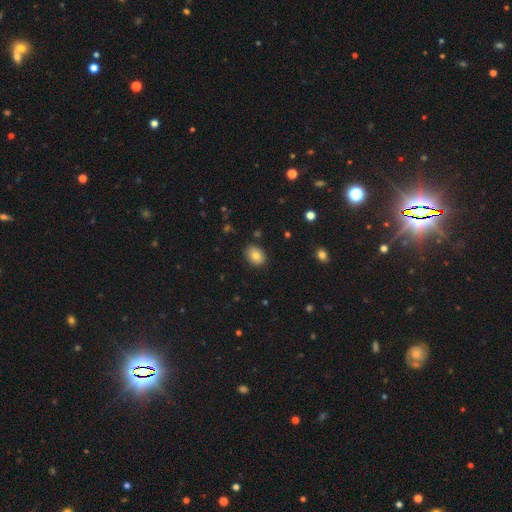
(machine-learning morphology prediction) Overall: smooth (80%). How rounded: in between (61%; round 38%). Merging: none (88%).